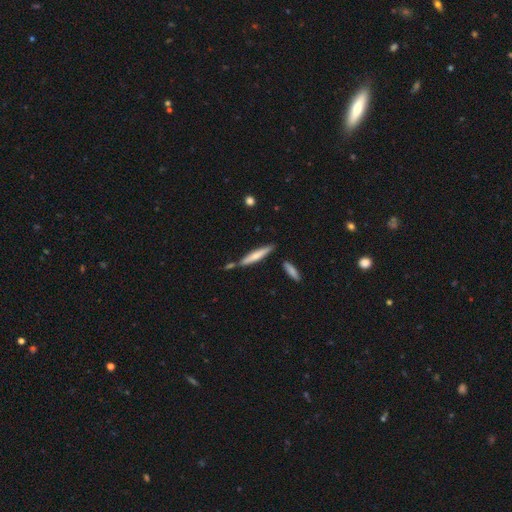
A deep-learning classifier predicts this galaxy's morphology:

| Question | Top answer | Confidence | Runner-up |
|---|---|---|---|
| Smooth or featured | smooth | 61% | featured or disk (33%) |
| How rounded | cigar-shaped | 92% | in between (7%) |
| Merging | none | 74% | minor disturbance (13%) |